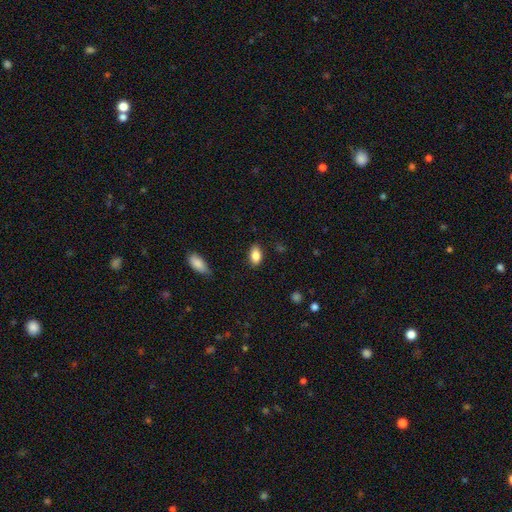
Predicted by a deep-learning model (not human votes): Smooth or featured?
  - smooth: 85% *
  - star or artifact: 8%
  - featured or disk: 8%
How rounded?
  - in between: 89% *
  - round: 7%
  - cigar-shaped: 3%
Merging?
  - none: 83% *
  - minor disturbance: 13%
  - major disturbance: 3%
  - merger: 1%